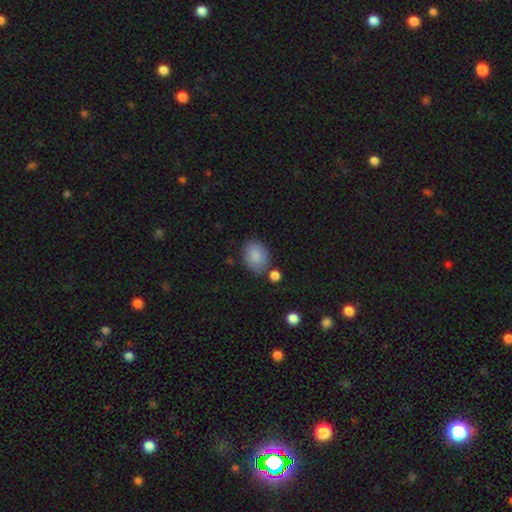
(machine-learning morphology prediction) A smooth galaxy with no disk features (84%) that is in between round and cigar-shaped (68%).

Vote fractions:
- Smooth or featured? smooth: 84% / featured or disk: 9% / star or artifact: 7%
- How rounded? in between: 68% / round: 31% / cigar-shaped: 1%
- Merging? none: 67% / minor disturbance: 19% / merger: 9% / major disturbance: 5%